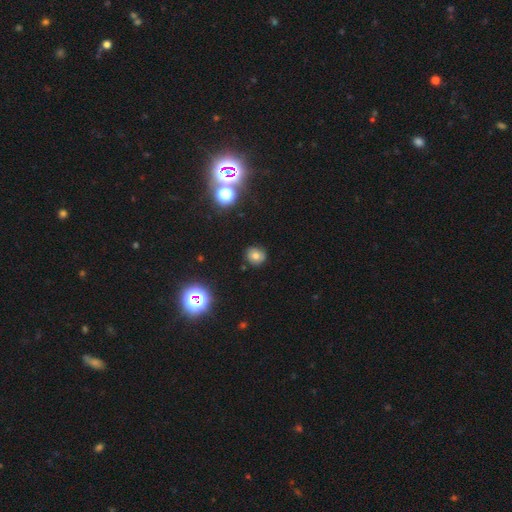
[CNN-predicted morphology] A smooth galaxy with no disk features (68%) that is round (85%). Merging: none (86%).